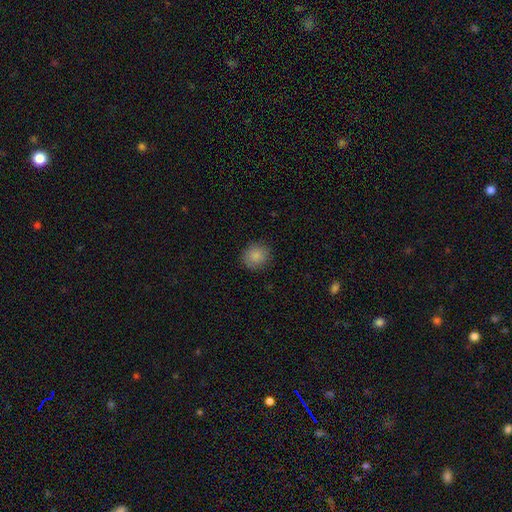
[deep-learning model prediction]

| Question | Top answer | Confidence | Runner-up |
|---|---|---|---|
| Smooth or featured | smooth | 87% | star or artifact (9%) |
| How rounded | round | 80% | in between (20%) |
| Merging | none | 88% | minor disturbance (9%) |